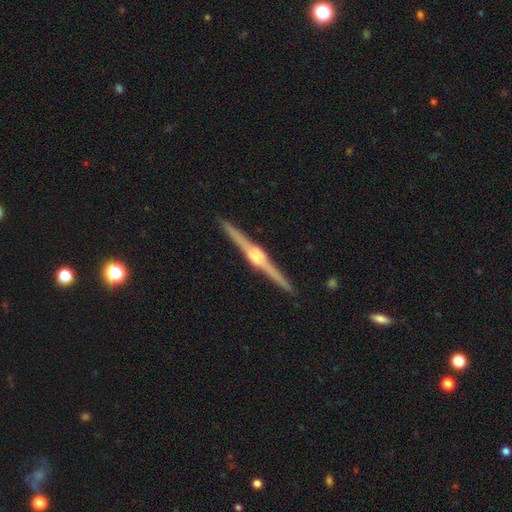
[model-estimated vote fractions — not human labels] This is clearly a featured or disk galaxy (88%). It is clearly viewed edge-on (99%). Edge-on bulge: clearly rounded (82%). Merging: clearly none (92%).